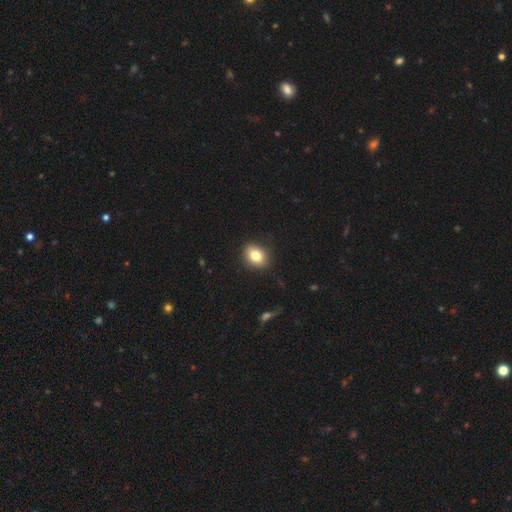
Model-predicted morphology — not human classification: Q: Smooth or featured?
A: smooth (81%); runner-up: star or artifact (10%)
Q: How rounded?
A: in between (54%); runner-up: round (45%)
Q: Merging?
A: none (88%); runner-up: minor disturbance (9%)